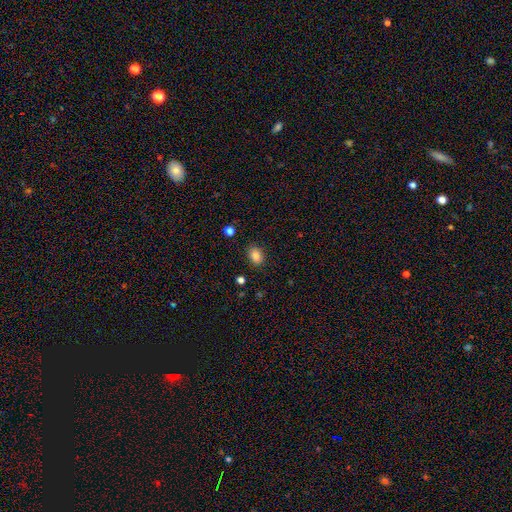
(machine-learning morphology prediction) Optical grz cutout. It shows a smooth galaxy with no disk features (85%) that is in between round and cigar-shaped (67%). Merging: none (86%).